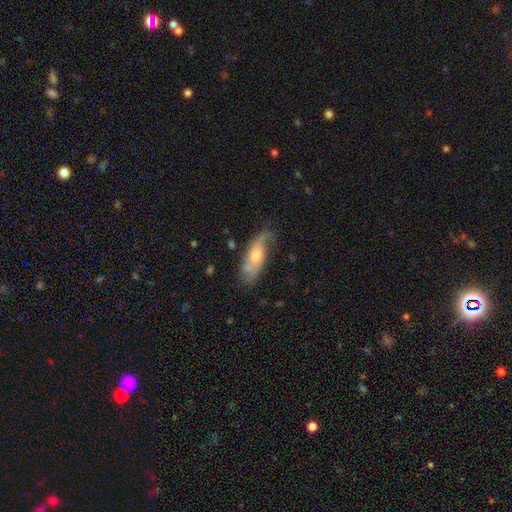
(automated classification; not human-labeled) Smooth or featured? featured or disk (60%)
Edge-on disk? no (79%)
Merging? none (60%)